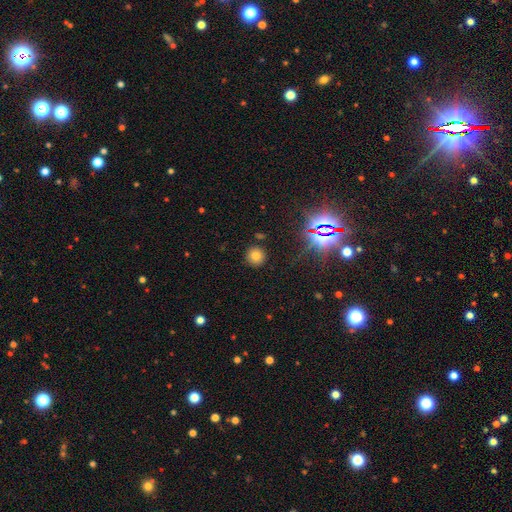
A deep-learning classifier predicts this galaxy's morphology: A smooth galaxy with no disk features (72%) that is round (93%).

Vote fractions:
- Smooth or featured? smooth: 72% / star or artifact: 20% / featured or disk: 8%
- How rounded? round: 93% / in between: 6% / cigar-shaped: 1%
- Merging? none: 89% / minor disturbance: 6% / merger: 3% / major disturbance: 2%